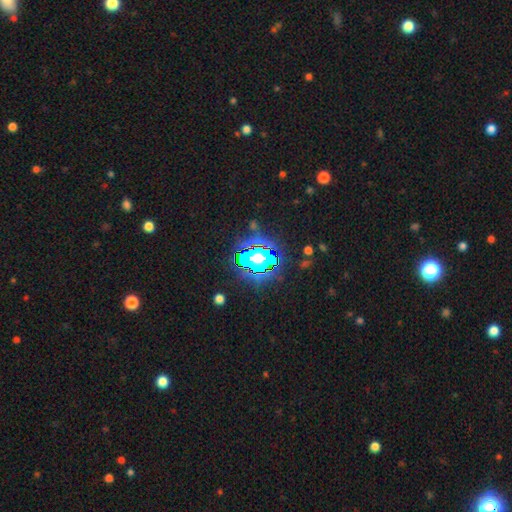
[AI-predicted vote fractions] star or artifact 83%, smooth 11%, featured or disk 7%.